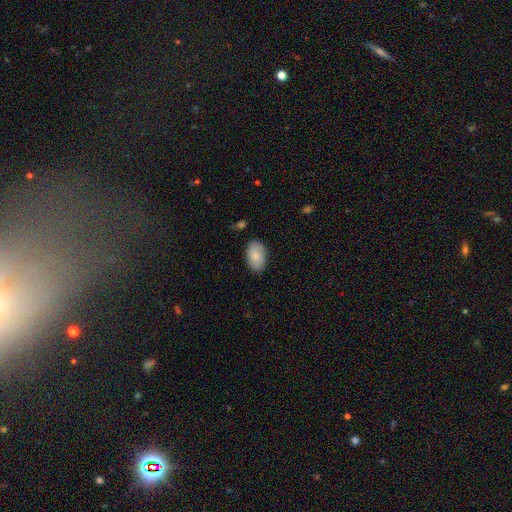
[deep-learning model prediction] A smooth galaxy with no disk features (82%) that is in between round and cigar-shaped (93%).

Vote fractions:
- Smooth or featured? smooth: 82% / featured or disk: 12% / star or artifact: 6%
- How rounded? in between: 93% / round: 6% / cigar-shaped: 1%
- Merging? none: 84% / minor disturbance: 12% / major disturbance: 2% / merger: 1%